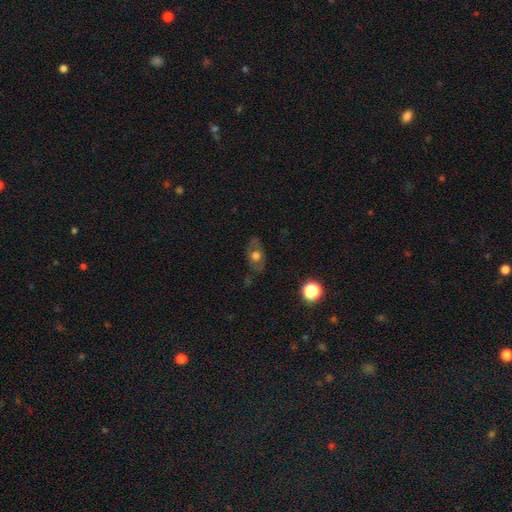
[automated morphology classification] Smooth or featured: smooth — 46% (featured or disk — 42%)
Merging: none — 73% (minor disturbance — 18%)